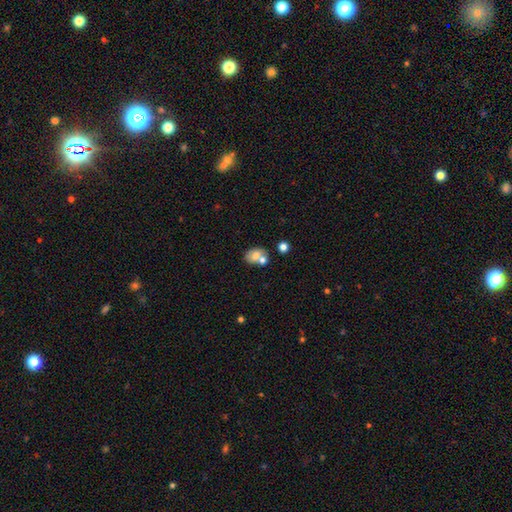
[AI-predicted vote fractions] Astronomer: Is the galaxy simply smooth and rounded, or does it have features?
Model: smooth — 69%.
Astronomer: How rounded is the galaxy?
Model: in between — 66%.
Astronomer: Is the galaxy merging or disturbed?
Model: none — 49% (runner-up: merger, 34%).